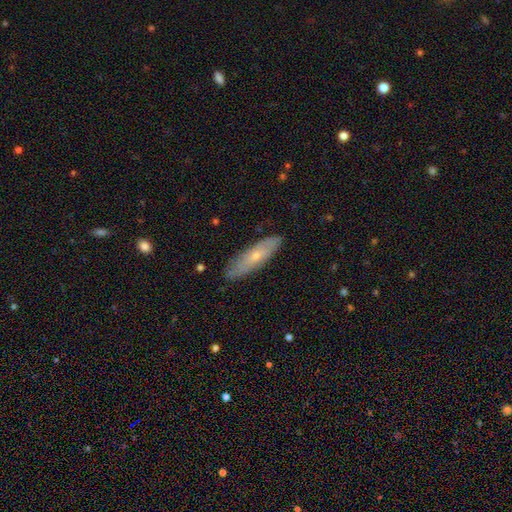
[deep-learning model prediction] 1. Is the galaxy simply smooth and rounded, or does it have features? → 47% smooth, 46% featured or disk, 7% star or artifact.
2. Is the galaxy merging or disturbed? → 84% none, 13% minor disturbance, 2% major disturbance, 1% merger.